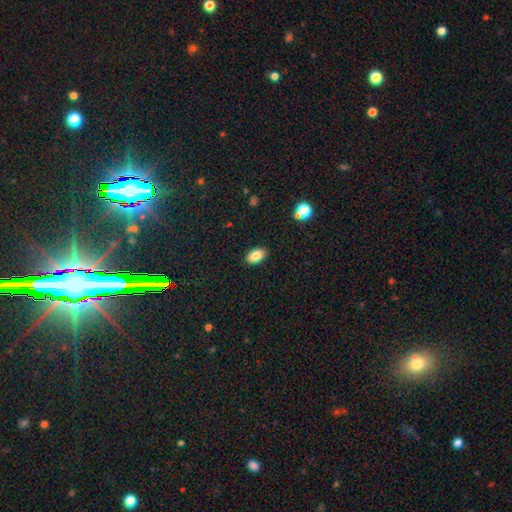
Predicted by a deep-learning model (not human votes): This appears to be a smooth galaxy with no disk features (84%) that is in between round and cigar-shaped (92%). Merging: none (89%).